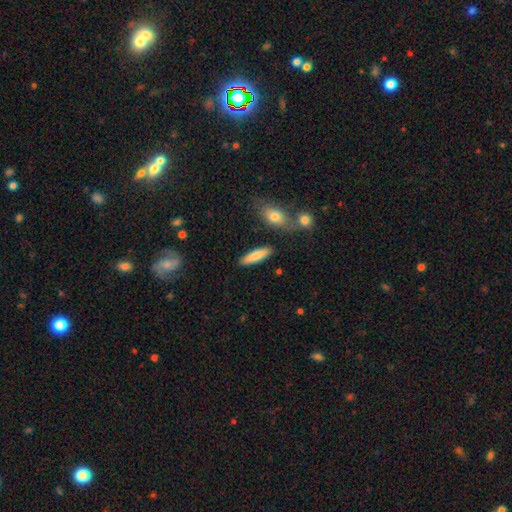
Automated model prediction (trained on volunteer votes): Q: Smooth or featured?
A: smooth (81%); runner-up: featured or disk (13%)
Q: How rounded?
A: cigar-shaped (66%); runner-up: in between (32%)
Q: Merging?
A: none (86%); runner-up: minor disturbance (8%)